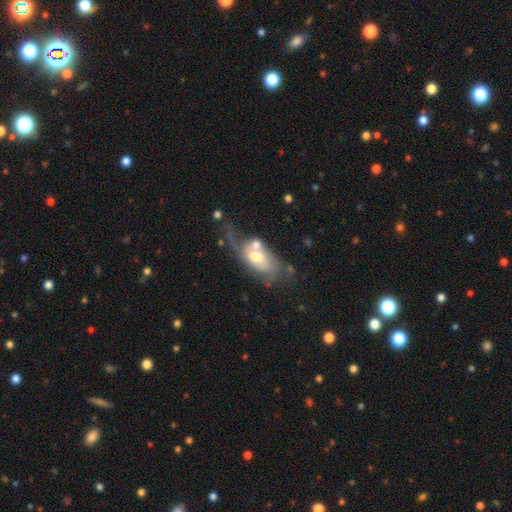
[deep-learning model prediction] The model was most divided on "merging": merger: 32%, major disturbance: 26%, none: 24%, minor disturbance: 18%. More confident: edge-on disk — no (90%); smooth or featured — featured or disk (51%).